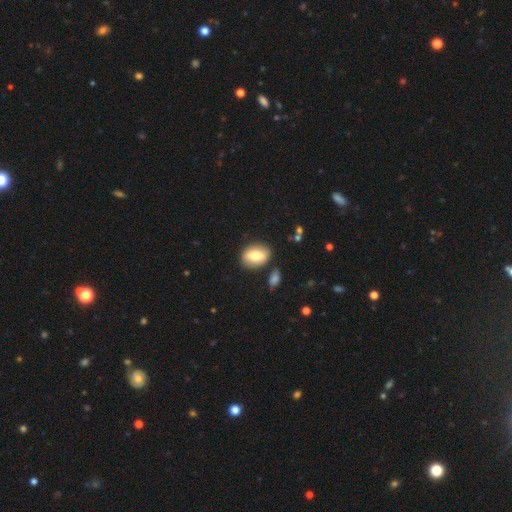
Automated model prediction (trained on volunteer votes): Smooth or featured? smooth (68%)
How rounded? in between (77%)
Merging? none (79%)